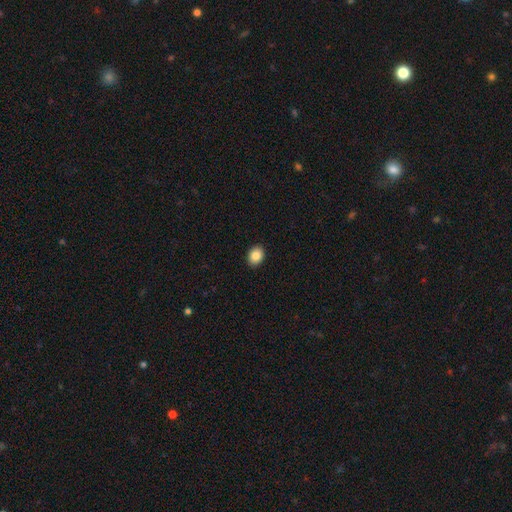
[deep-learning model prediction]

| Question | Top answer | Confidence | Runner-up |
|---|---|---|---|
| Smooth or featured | smooth | 87% | star or artifact (8%) |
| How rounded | in between | 65% | round (34%) |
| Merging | none | 91% | minor disturbance (6%) |